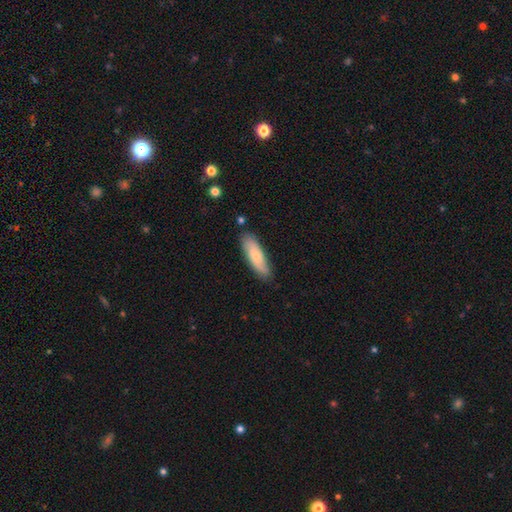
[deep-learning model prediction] smooth 68%, featured or disk 27%, star or artifact 5%. Down the decision tree: how rounded — in between (51%); merging — none (80%).